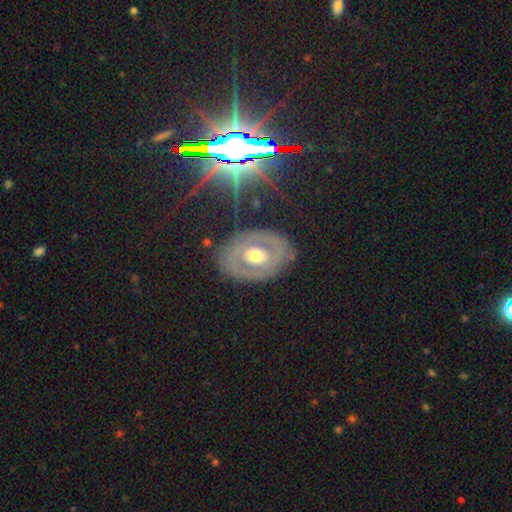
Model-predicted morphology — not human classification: featured or disk 66%, smooth 27%, star or artifact 7%. Down the decision tree: edge-on disk — no (93%); bar — no (70%); spiral arms — no (70%); bulge size — moderate (73%); merging — none (75%).